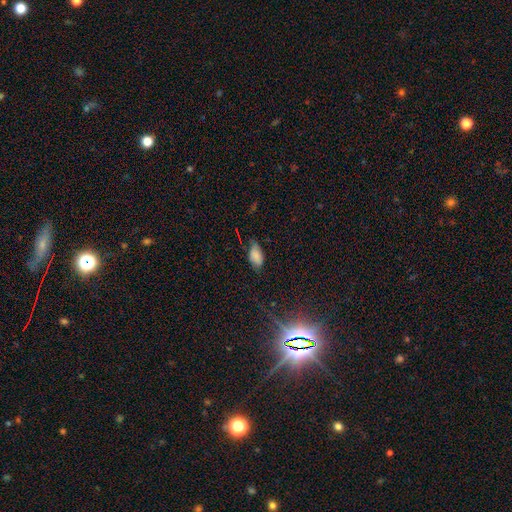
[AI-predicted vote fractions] Morphology: type=smooth (80%); roundness=in between (93%); merging=none (59%).